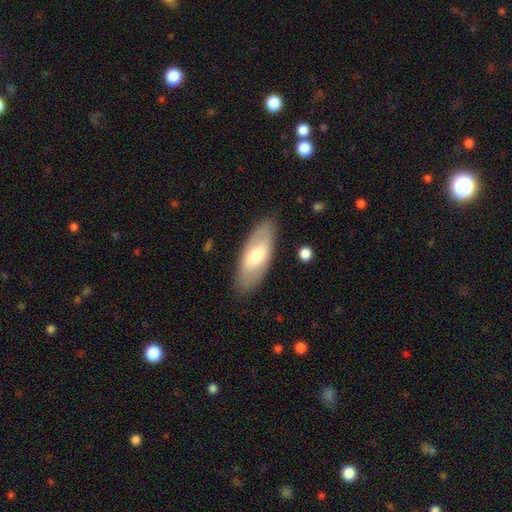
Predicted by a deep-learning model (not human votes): Q: Smooth or featured?
A: smooth (59%); runner-up: featured or disk (35%)
Q: How rounded?
A: in between (80%); runner-up: cigar-shaped (18%)
Q: Merging?
A: none (86%); runner-up: minor disturbance (10%)